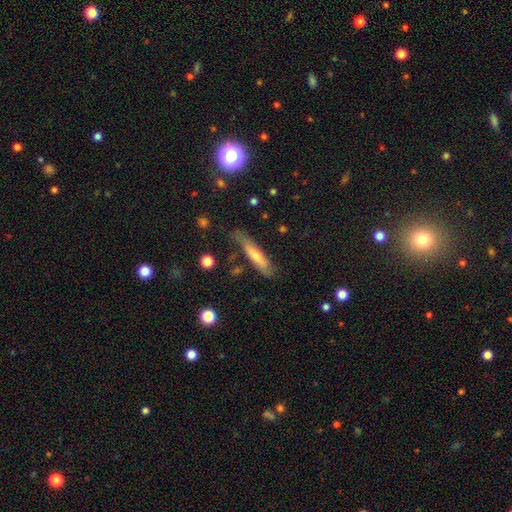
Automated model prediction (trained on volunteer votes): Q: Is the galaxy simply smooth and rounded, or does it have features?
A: smooth — 58%.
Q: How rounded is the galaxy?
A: cigar-shaped — 83%.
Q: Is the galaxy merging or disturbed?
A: none — 65%.